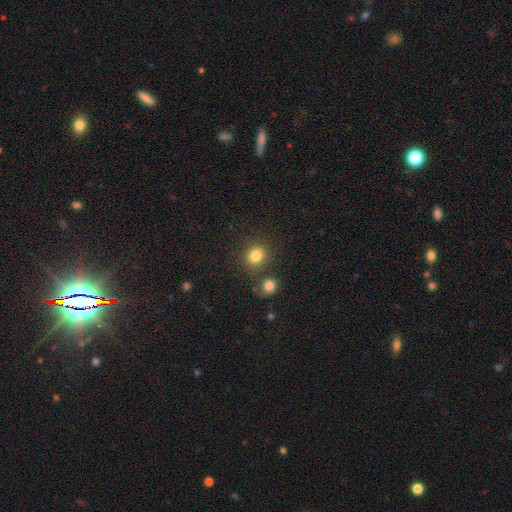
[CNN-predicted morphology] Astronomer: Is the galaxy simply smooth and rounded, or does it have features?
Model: smooth — 82%.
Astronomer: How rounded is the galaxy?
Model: round — 69%.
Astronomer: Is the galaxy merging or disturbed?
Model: none — 74%.